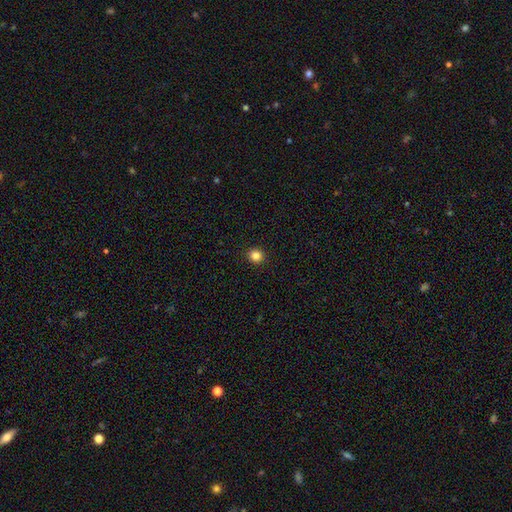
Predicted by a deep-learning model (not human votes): Morphology: type=smooth (83%); roundness=round (90%); merging=none (93%).